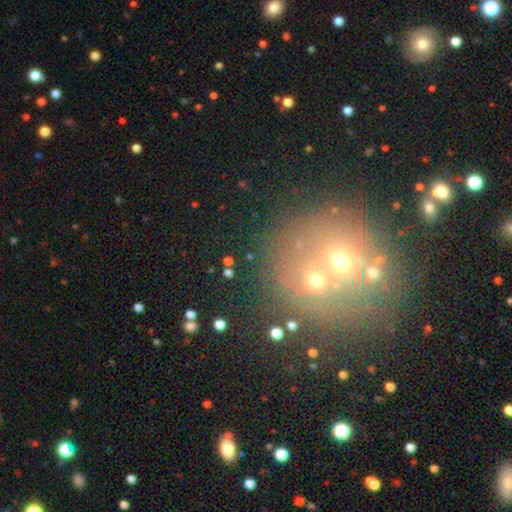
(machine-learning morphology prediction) Smooth or featured? Predicted: smooth (p=0.42). Merging? Predicted: none (p=0.48).